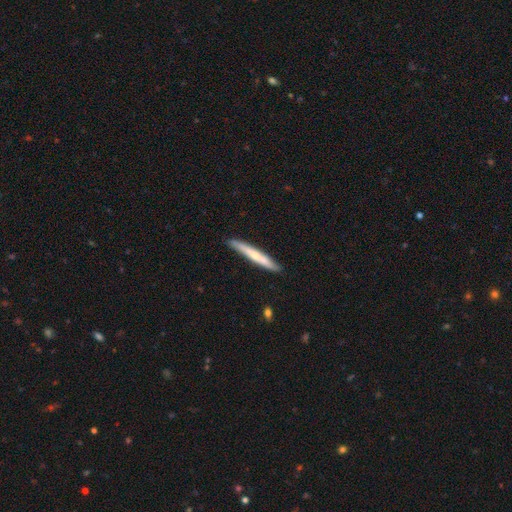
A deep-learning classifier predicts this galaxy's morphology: This is possibly a smooth galaxy (54%). How rounded: clearly cigar-shaped (96%). Merging: clearly none (88%).